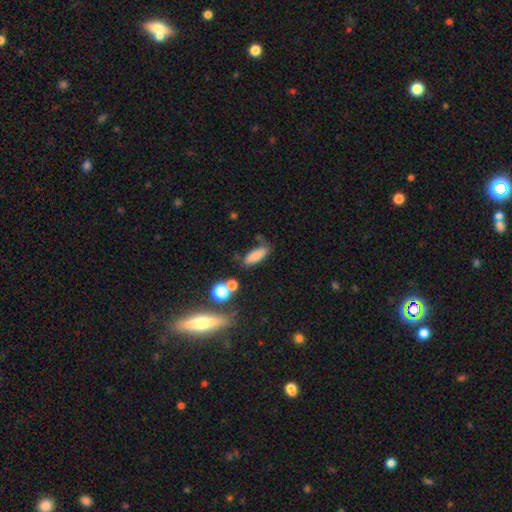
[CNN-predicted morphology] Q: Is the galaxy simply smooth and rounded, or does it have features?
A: smooth — 80%.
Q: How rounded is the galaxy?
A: in between — 59%.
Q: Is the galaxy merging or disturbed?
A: none — 67%.